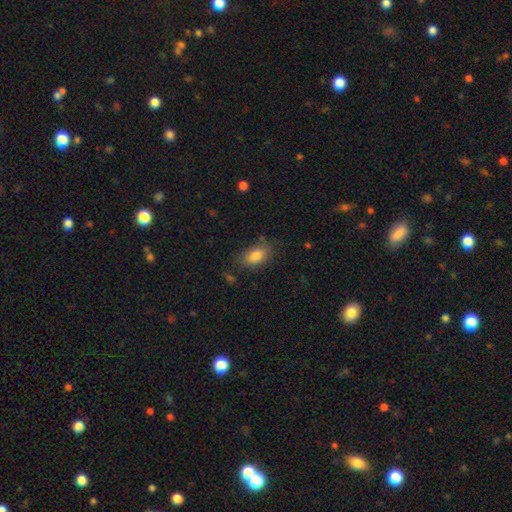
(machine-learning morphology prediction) Smooth or featured? Predicted: smooth (p=0.84). How rounded? Predicted: in between (p=0.90). Merging? Predicted: none (p=0.73).